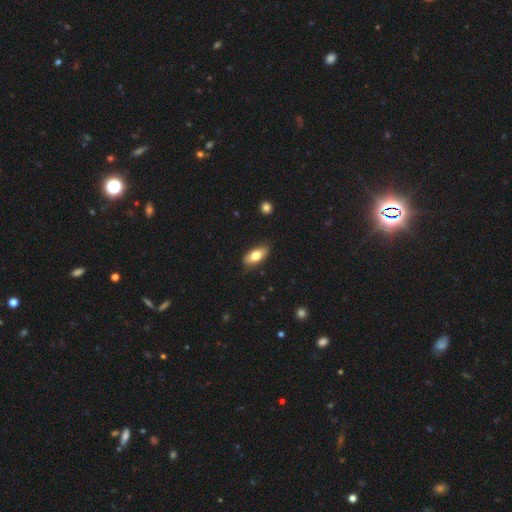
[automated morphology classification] This appears to be a smooth galaxy with no disk features (76%) that is in between round and cigar-shaped (87%). Merging: none (83%).